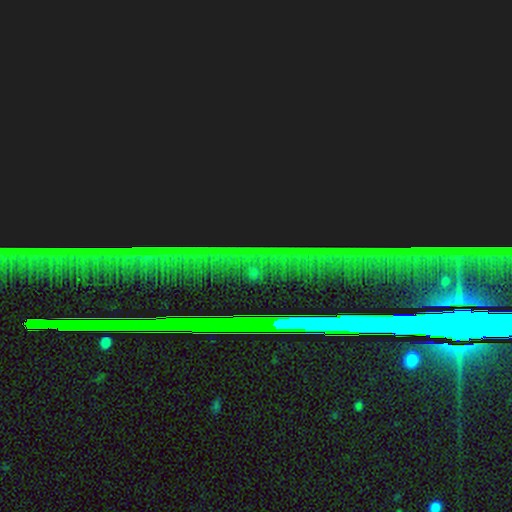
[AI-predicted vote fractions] A star or artifact, not a galaxy (86%).